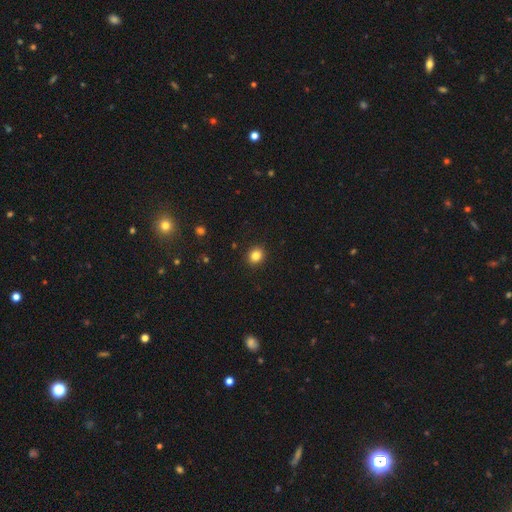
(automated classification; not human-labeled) Morphology: type=smooth (84%); roundness=round (70%); merging=none (92%).